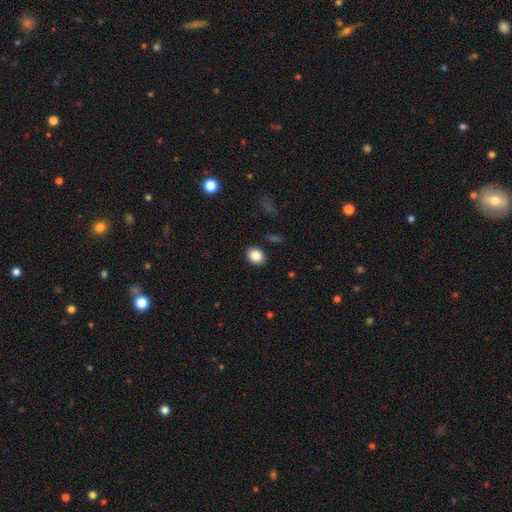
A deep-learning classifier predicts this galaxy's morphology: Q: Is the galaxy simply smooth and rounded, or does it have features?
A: smooth — 86%.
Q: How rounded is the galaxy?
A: round — 50%.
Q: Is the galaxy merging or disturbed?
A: none — 89%.